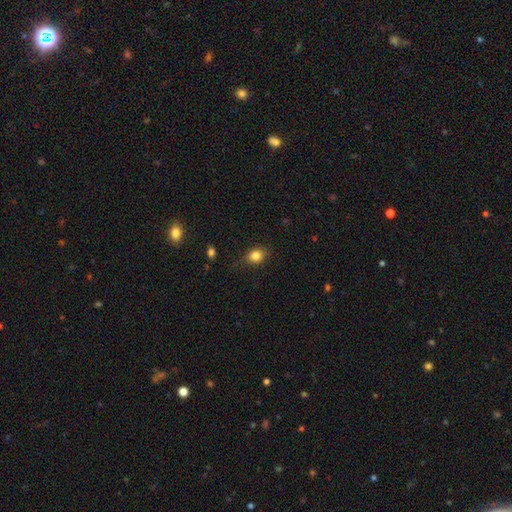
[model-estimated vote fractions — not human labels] This is clearly a smooth galaxy (83%). How rounded: possibly round (54%). Merging: likely none (74%).